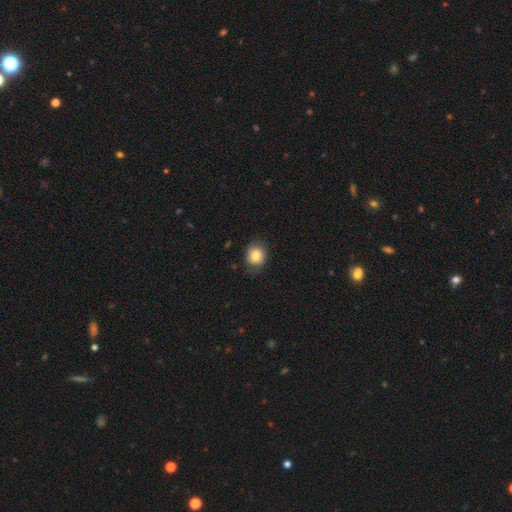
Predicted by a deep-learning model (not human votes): Smooth or featured?
  - smooth: 81% *
  - featured or disk: 10%
  - star or artifact: 9%
How rounded?
  - round: 71% *
  - in between: 28%
  - cigar-shaped: 1%
Merging?
  - none: 74% *
  - minor disturbance: 20%
  - major disturbance: 5%
  - merger: 1%